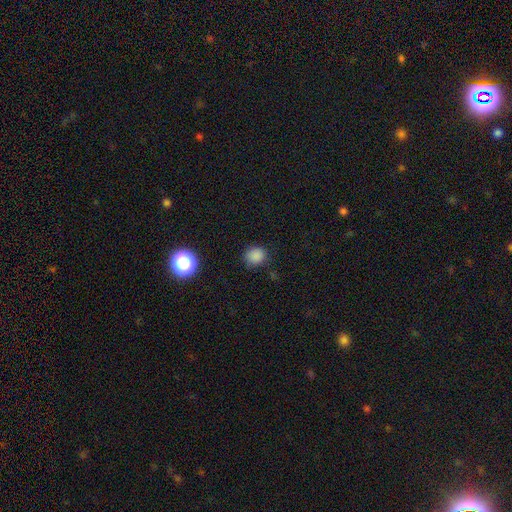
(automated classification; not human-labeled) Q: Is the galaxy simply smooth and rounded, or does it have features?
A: smooth — 82%.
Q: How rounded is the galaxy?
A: round — 84%.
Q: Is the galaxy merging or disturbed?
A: none — 83%.